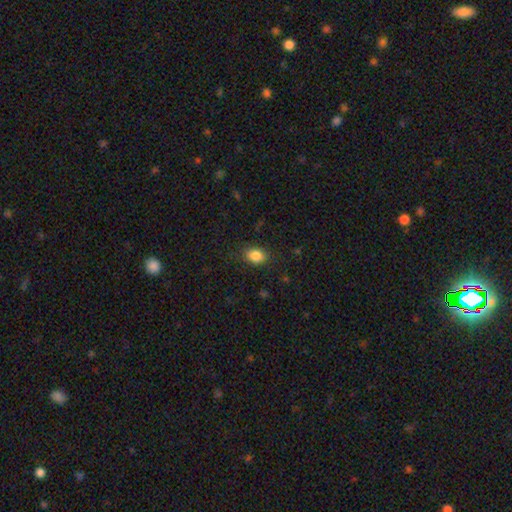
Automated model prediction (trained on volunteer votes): smooth-or-featured: smooth: 86% | star or artifact: 10% | featured or disk: 5%
  how-rounded: in between: 68% | round: 31% | cigar-shaped: 1%
  merging: none: 85% | minor disturbance: 11% | major disturbance: 3% | merger: 1%